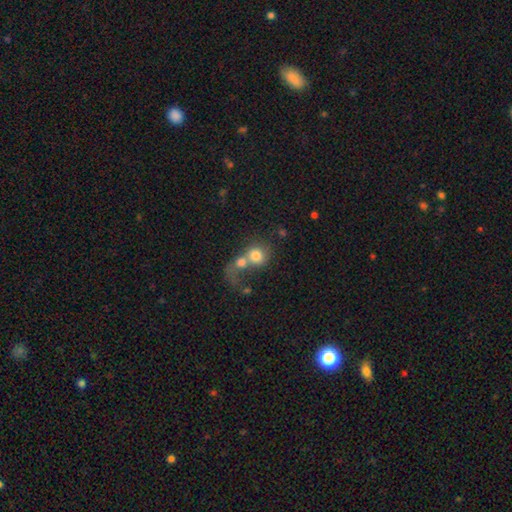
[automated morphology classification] This is likely a smooth galaxy (71%). How rounded: likely round (77%). Merging: likely merger (68%).